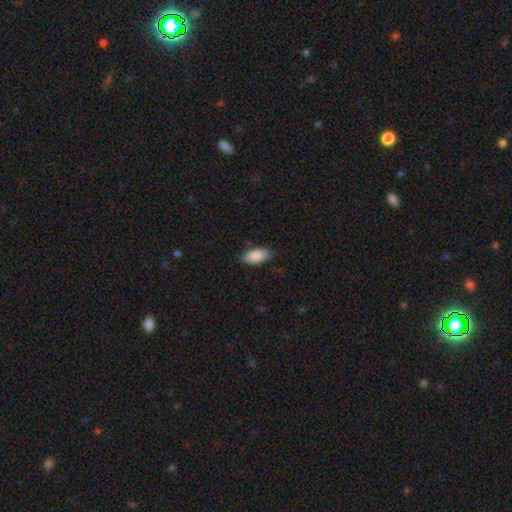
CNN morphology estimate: This appears to be a smooth galaxy with no disk features (88%) that is in between round and cigar-shaped (89%). Merging: none (81%).